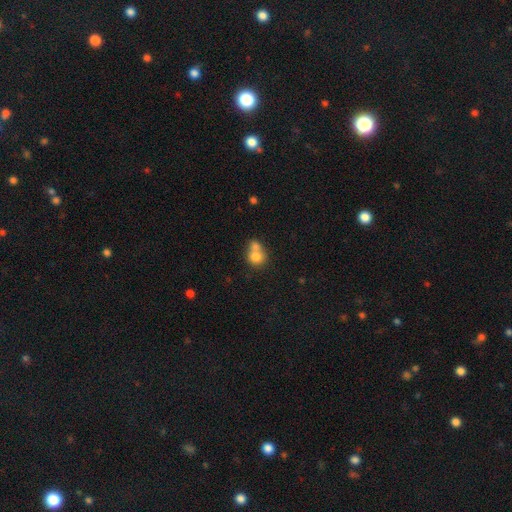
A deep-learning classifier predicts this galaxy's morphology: Smooth or featured? smooth (77%)
How rounded? round (71%)
Merging? merger (61%)